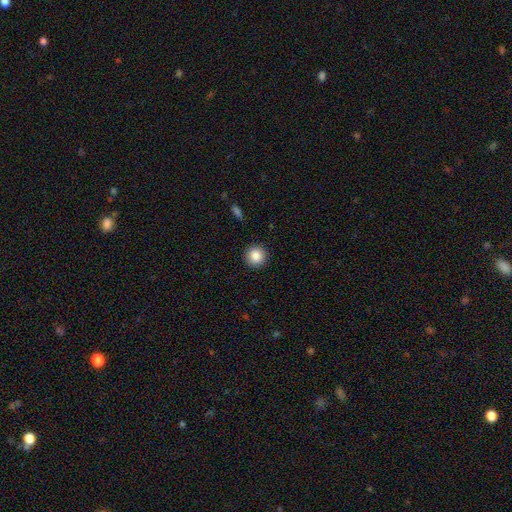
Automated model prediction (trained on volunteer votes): The model was most divided on "smooth or featured": smooth: 86%, star or artifact: 9%, featured or disk: 5%. More confident: how rounded — round (95%); merging — none (92%).